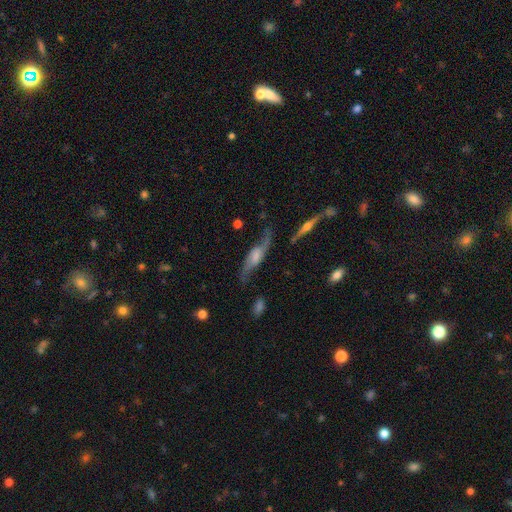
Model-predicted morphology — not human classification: This appears to be a featured or disk galaxy (77%) with a weak bar (42%), spiral arms (92%) and a moderate central bulge (29%). Merging: none (65%).